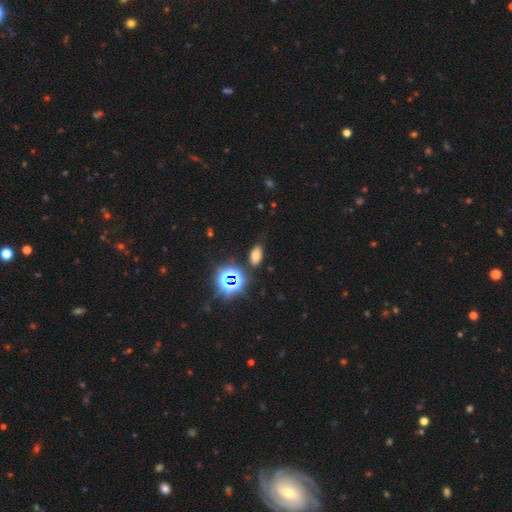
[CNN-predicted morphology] smooth-or-featured: smooth: 63% | star or artifact: 28% | featured or disk: 9%
  how-rounded: in between: 89% | round: 8% | cigar-shaped: 3%
  merging: none: 81% | minor disturbance: 13% | major disturbance: 4% | merger: 3%